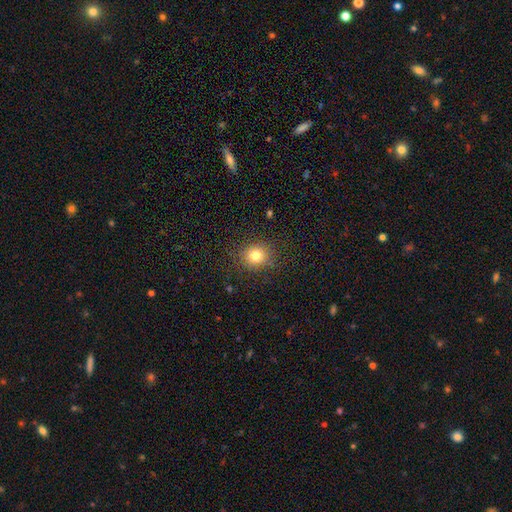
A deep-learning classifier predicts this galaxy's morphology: The model was most divided on "smooth or featured": smooth: 77%, star or artifact: 14%, featured or disk: 8%. More confident: merging — none (87%); how rounded — round (82%).